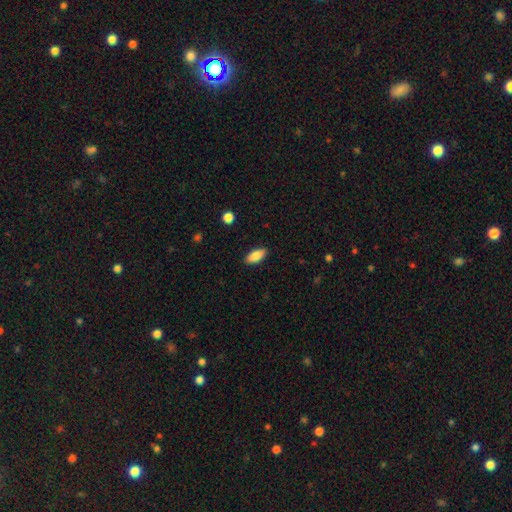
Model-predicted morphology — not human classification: A smooth galaxy with no disk features (86%) that is in between round and cigar-shaped (86%). Merging: none (88%).